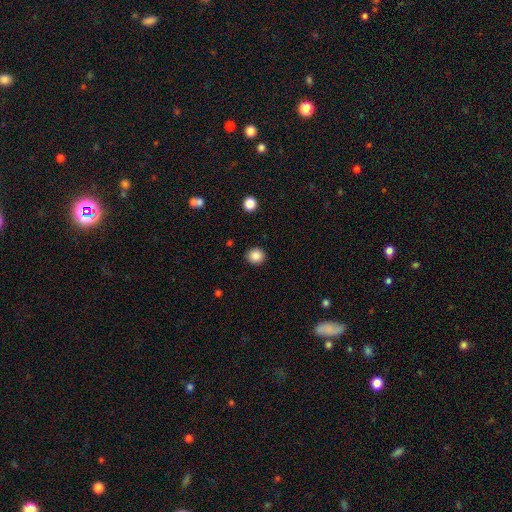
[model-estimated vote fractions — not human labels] smooth 87%, star or artifact 10%, featured or disk 3%. Down the decision tree: how rounded — round (90%); merging — none (91%).